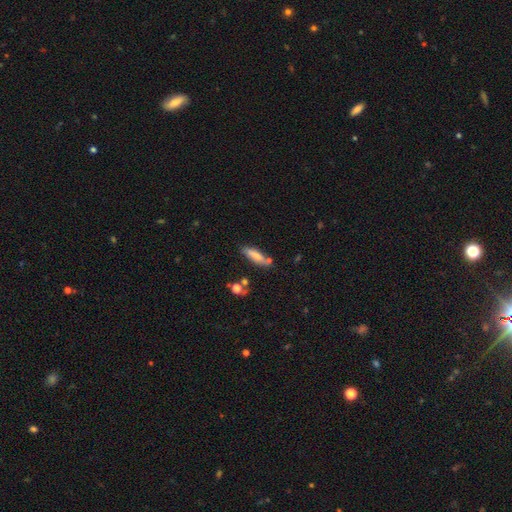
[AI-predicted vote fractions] smooth_or_featured: smooth (p=0.72) [alt: featured or disk p=0.21]
how_rounded: cigar-shaped (p=0.66) [alt: in between p=0.32]
merging: none (p=0.70) [alt: minor disturbance p=0.17]